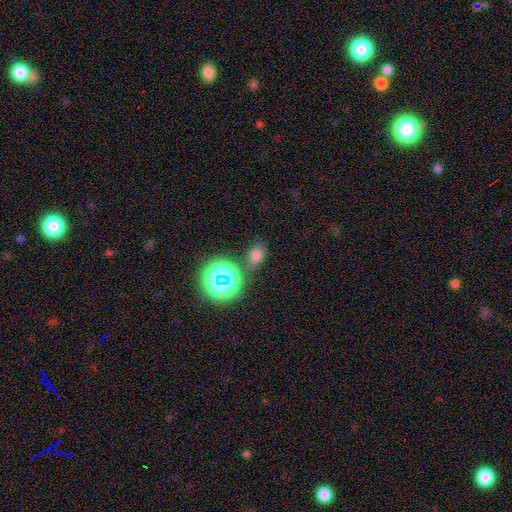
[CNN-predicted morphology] smooth-or-featured: smooth: 65% | star or artifact: 27% | featured or disk: 8%
  how-rounded: in between: 62% | round: 36% | cigar-shaped: 2%
  merging: none: 74% | minor disturbance: 14% | merger: 7% | major disturbance: 5%